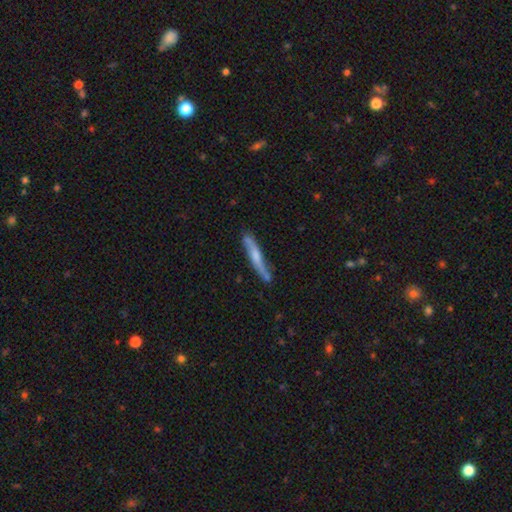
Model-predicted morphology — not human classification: This appears to be a featured or disk galaxy (52%) viewed edge-on (89%). Merging: none (75%).